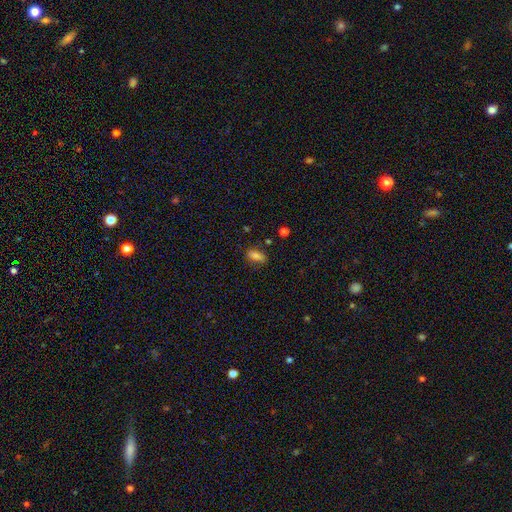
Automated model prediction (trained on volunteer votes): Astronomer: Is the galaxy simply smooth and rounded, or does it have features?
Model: smooth — 78%.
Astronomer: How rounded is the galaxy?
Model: in between — 79%.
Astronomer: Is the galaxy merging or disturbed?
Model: none — 78%.